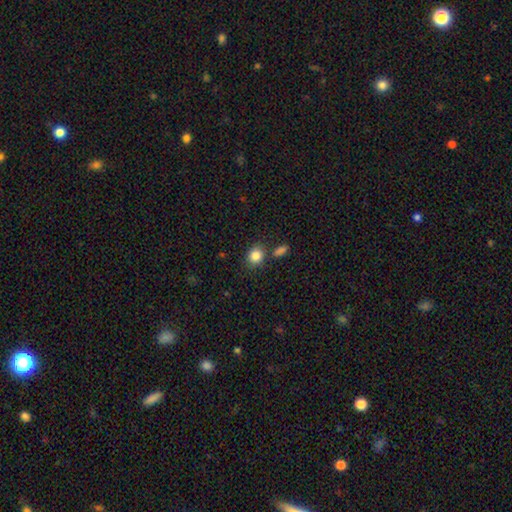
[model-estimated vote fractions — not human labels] smooth-or-featured: smooth: 85% | star or artifact: 9% | featured or disk: 6%
  how-rounded: round: 66% | in between: 33% | cigar-shaped: 1%
  merging: none: 75% | minor disturbance: 12% | merger: 10% | major disturbance: 3%